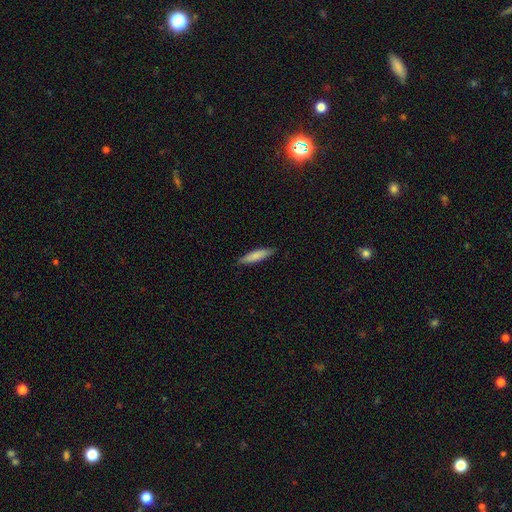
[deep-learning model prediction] Smooth or featured?
  - smooth: 81% *
  - featured or disk: 13%
  - star or artifact: 5%
How rounded?
  - cigar-shaped: 80% *
  - in between: 19%
  - round: 1%
Merging?
  - none: 87% *
  - minor disturbance: 11%
  - major disturbance: 2%
  - merger: 1%